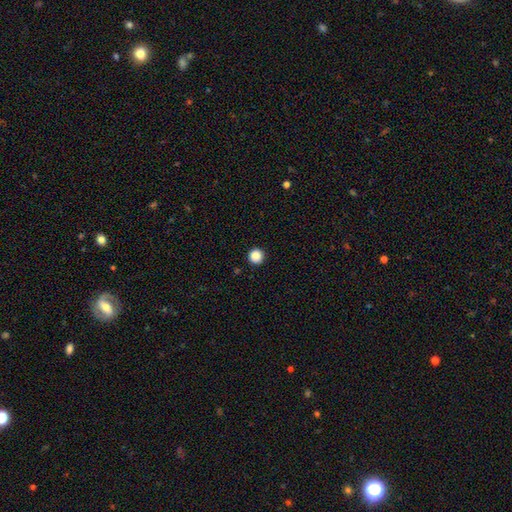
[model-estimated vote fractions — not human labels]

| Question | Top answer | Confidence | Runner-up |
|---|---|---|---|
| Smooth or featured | smooth | 88% | star or artifact (10%) |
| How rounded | round | 96% | in between (3%) |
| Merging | none | 93% | minor disturbance (4%) |